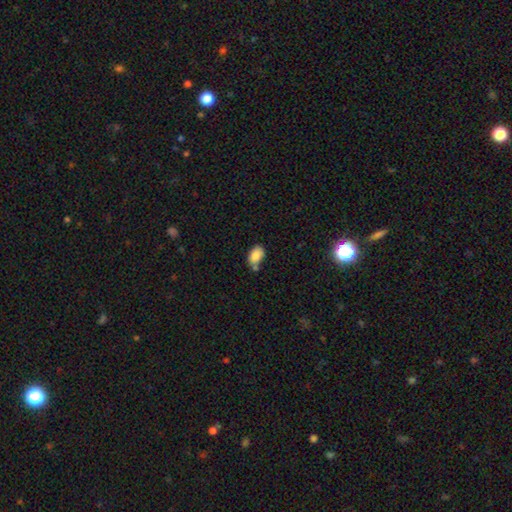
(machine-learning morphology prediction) smooth_or_featured: smooth (p=0.84) [alt: star or artifact p=0.08]
how_rounded: in between (p=0.89) [alt: round p=0.10]
merging: none (p=0.54) [alt: minor disturbance p=0.22]